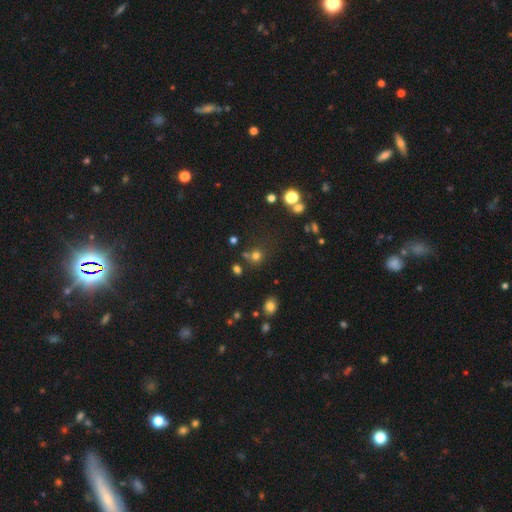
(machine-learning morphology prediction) Overall: smooth (69%). How rounded: round (84%). Merging: none (65%).